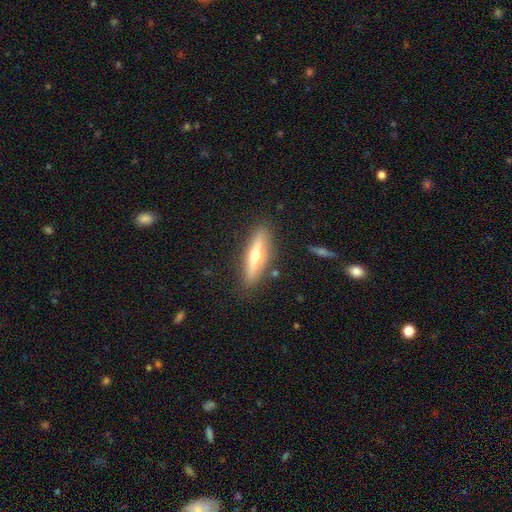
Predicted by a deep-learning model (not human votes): Morphology: type=featured or disk (61%); edge-on=yes (92%); edge-on bulge=rounded (91%); merging=none (86%).